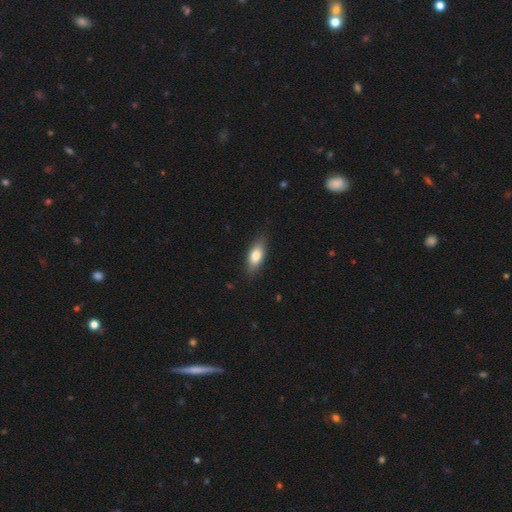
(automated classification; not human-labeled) Smooth or featured?
  - smooth: 78% *
  - featured or disk: 16%
  - star or artifact: 6%
How rounded?
  - in between: 79% *
  - cigar-shaped: 18%
  - round: 3%
Merging?
  - none: 84% *
  - minor disturbance: 12%
  - major disturbance: 2%
  - merger: 1%